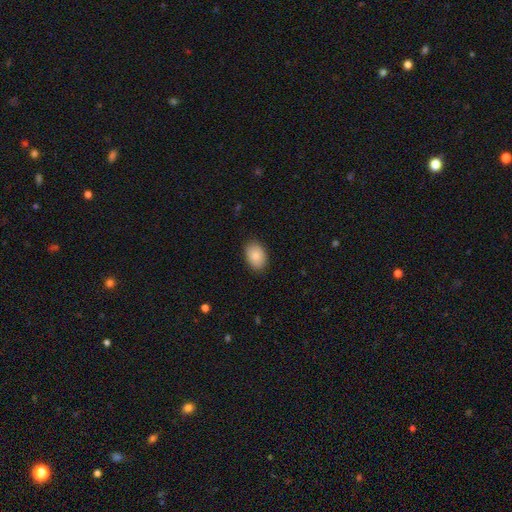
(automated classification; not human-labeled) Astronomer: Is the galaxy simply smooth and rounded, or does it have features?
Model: smooth — 86%.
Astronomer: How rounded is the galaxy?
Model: in between — 86%.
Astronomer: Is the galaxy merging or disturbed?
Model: none — 87%.